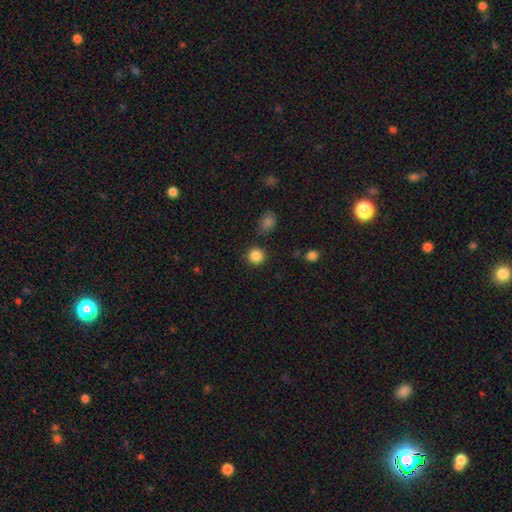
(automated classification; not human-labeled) Smooth or featured? Predicted: smooth (p=0.86). How rounded? Predicted: round (p=0.94). Merging? Predicted: none (p=0.88).